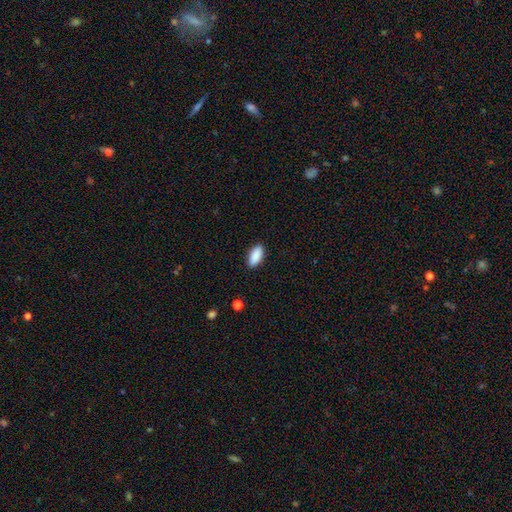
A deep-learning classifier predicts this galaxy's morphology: This appears to be a smooth galaxy with no disk features (90%) that is in between round and cigar-shaped (88%). Merging: none (89%).